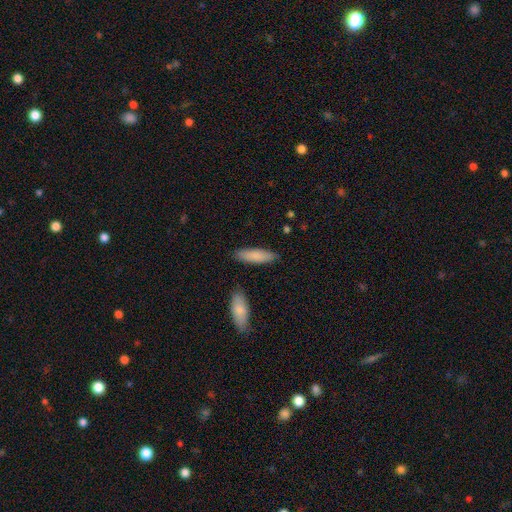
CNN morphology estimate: A smooth galaxy with no disk features (84%) that is cigar-shaped (56%). Merging: none (85%).